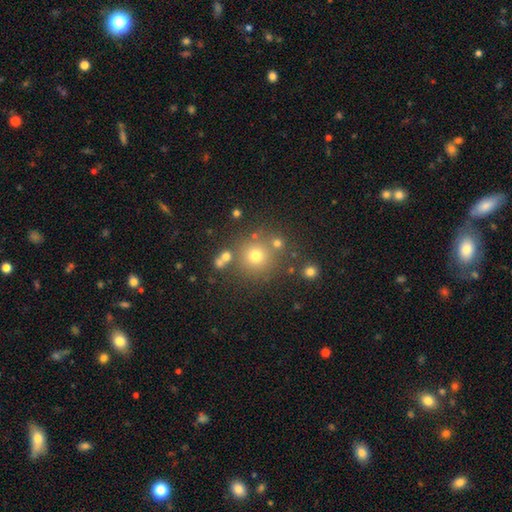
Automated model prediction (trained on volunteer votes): Smooth or featured? Predicted: smooth (p=0.70). How rounded? Predicted: round (p=0.92). Merging? Predicted: none (p=0.76).